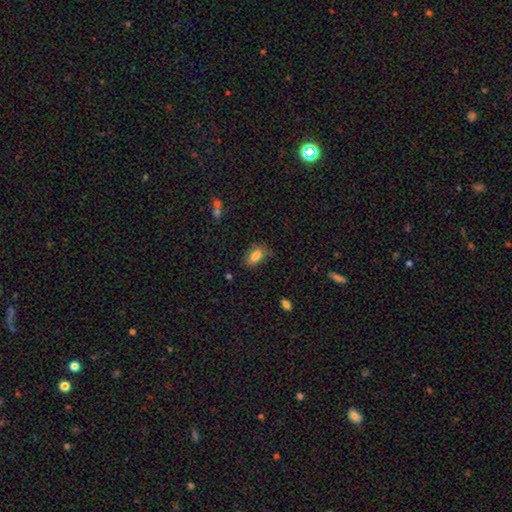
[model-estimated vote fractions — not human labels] A smooth galaxy with no disk features (77%) that is in between round and cigar-shaped (88%). Merging: none (70%).